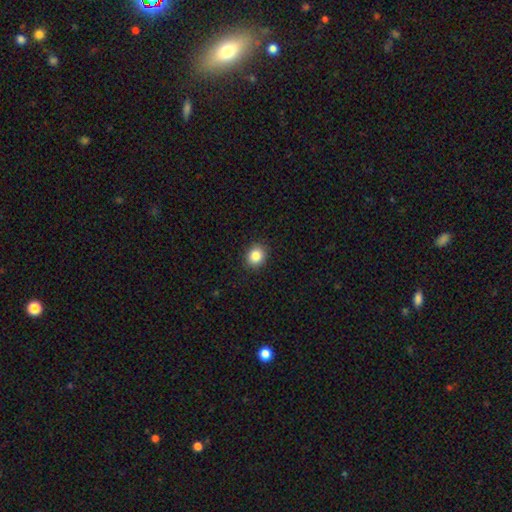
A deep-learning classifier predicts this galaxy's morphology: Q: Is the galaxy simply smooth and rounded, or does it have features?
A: smooth — 85%.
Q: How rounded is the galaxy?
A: round — 74%.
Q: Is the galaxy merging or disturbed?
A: none — 91%.